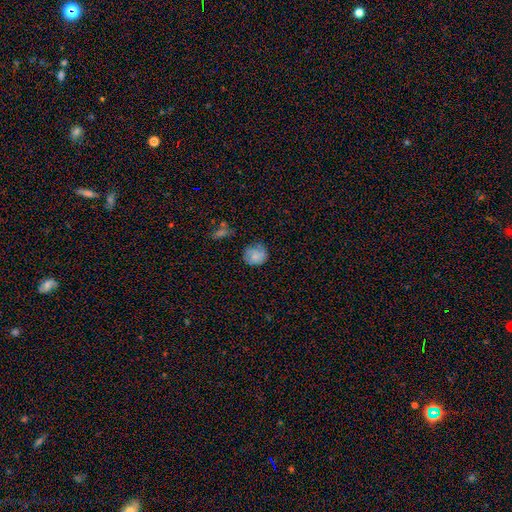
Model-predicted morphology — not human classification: type=smooth (77%); roundness=round (82%); merging=none (71%).